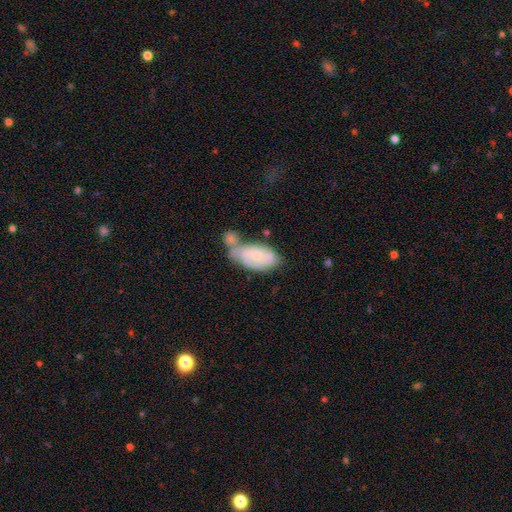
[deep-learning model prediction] This appears to be a smooth galaxy with no disk features (52%) that is in between round and cigar-shaped (92%). Merging: merger (48%).